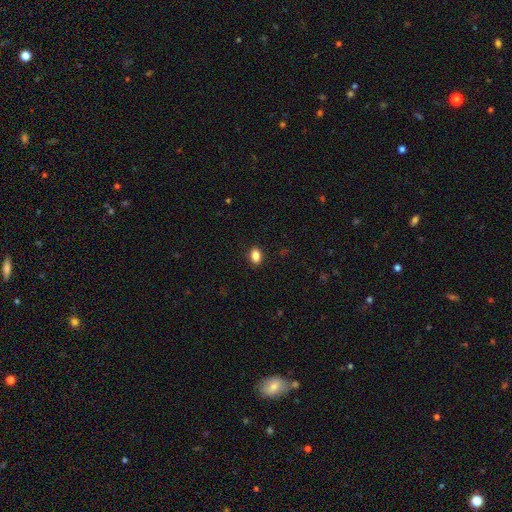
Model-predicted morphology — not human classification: Smooth or featured? smooth (87%)
How rounded? in between (78%)
Merging? none (90%)